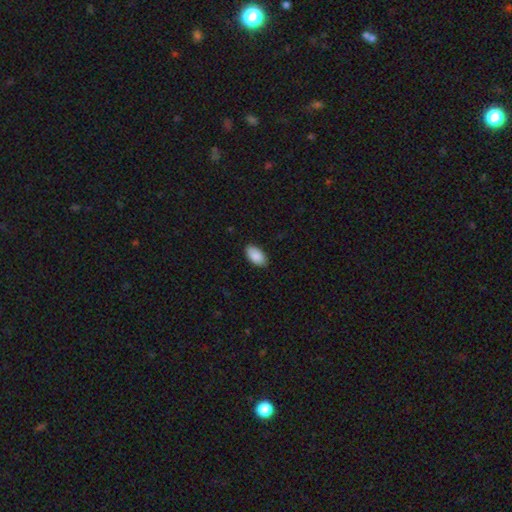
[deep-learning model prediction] A smooth galaxy with no disk features (88%) that is in between round and cigar-shaped (95%).

Vote fractions:
- Smooth or featured? smooth: 88% / star or artifact: 6% / featured or disk: 5%
- How rounded? in between: 95% / round: 3% / cigar-shaped: 2%
- Merging? none: 86% / minor disturbance: 11% / major disturbance: 2% / merger: 1%